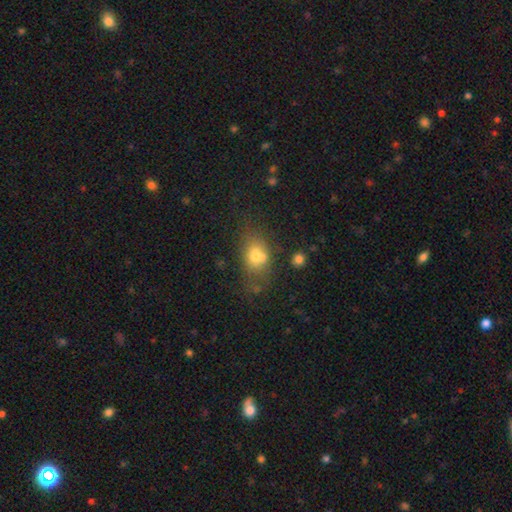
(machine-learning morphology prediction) smooth-or-featured: smooth: 68% | featured or disk: 19% | star or artifact: 13%
  how-rounded: in between: 61% | round: 37% | cigar-shaped: 2%
  merging: none: 46% | merger: 26% | minor disturbance: 19% | major disturbance: 9%